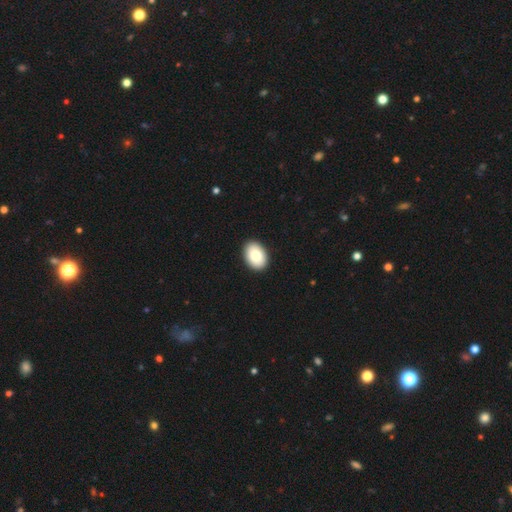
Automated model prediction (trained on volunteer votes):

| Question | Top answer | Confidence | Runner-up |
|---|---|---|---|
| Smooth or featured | smooth | 83% | featured or disk (10%) |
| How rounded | in between | 83% | round (16%) |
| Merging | none | 92% | minor disturbance (6%) |